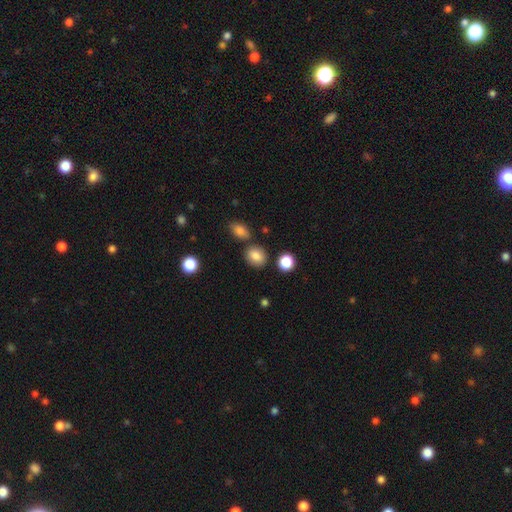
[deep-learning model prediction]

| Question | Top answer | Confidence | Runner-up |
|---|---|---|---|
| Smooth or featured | smooth | 84% | star or artifact (10%) |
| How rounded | round | 60% | in between (38%) |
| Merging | none | 79% | minor disturbance (11%) |